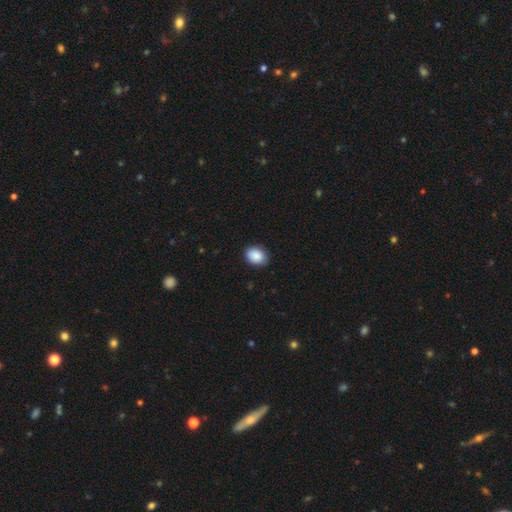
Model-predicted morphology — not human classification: The model was most divided on "how rounded": in between: 67%, round: 32%, cigar-shaped: 1%. More confident: smooth or featured — smooth (89%); merging — none (86%).